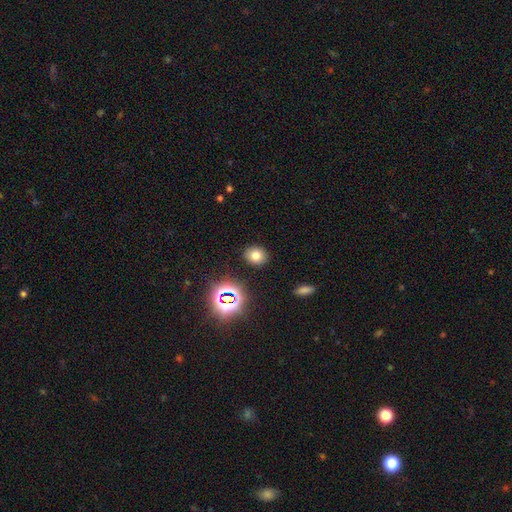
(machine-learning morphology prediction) Smooth or featured?
  - smooth: 72% *
  - star or artifact: 19%
  - featured or disk: 9%
How rounded?
  - round: 67% *
  - in between: 32%
  - cigar-shaped: 1%
Merging?
  - none: 88% *
  - minor disturbance: 7%
  - major disturbance: 3%
  - merger: 2%